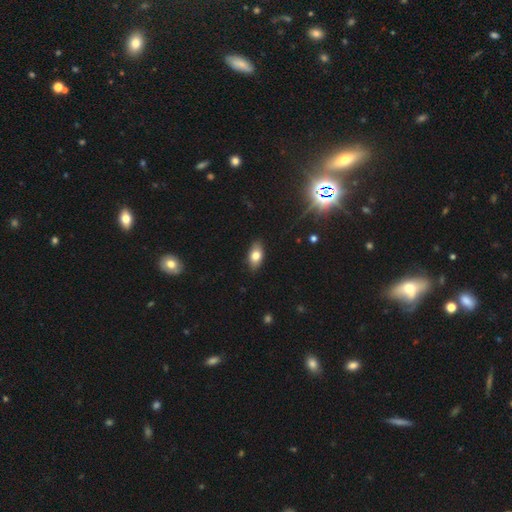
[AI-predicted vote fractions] Q: Smooth or featured?
A: smooth (78%); runner-up: featured or disk (13%)
Q: How rounded?
A: in between (90%); runner-up: round (6%)
Q: Merging?
A: none (87%); runner-up: minor disturbance (10%)